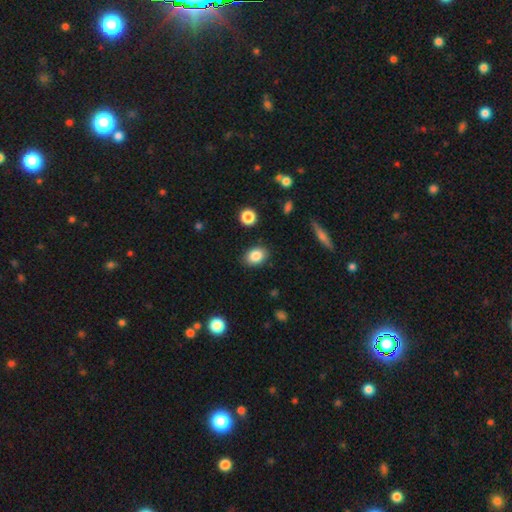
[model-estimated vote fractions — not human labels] smooth-or-featured: smooth: 85% | star or artifact: 9% | featured or disk: 6%
  how-rounded: in between: 70% | round: 29% | cigar-shaped: 1%
  merging: none: 86% | minor disturbance: 9% | major disturbance: 2% | merger: 2%